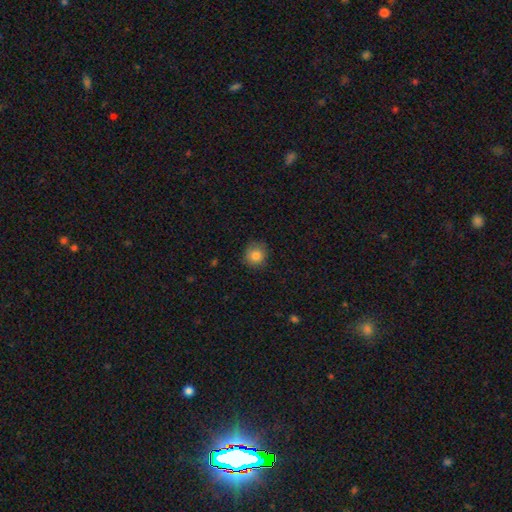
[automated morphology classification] smooth-or-featured: smooth: 83% | star or artifact: 10% | featured or disk: 7%
  how-rounded: round: 91% | in between: 8% | cigar-shaped: 1%
  merging: none: 84% | minor disturbance: 12% | major disturbance: 3% | merger: 1%